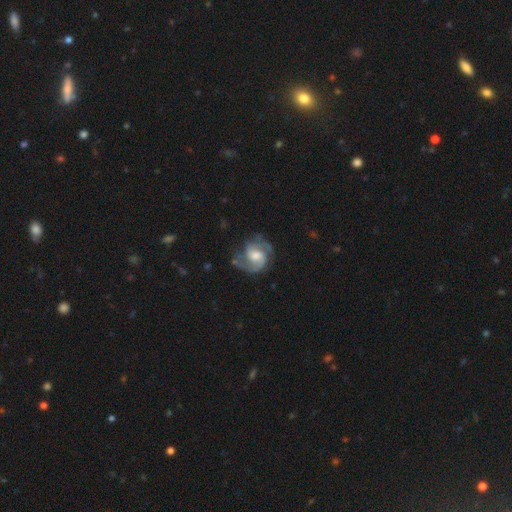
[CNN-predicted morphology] featured or disk 86%, smooth 9%, star or artifact 5%. Down the decision tree: edge-on disk — no (98%); bar — weak (49%); spiral arms — yes (96%); spiral arm count — 2 (74%); spiral winding — medium (52%); bulge size — moderate (52%); merging — none (64%).